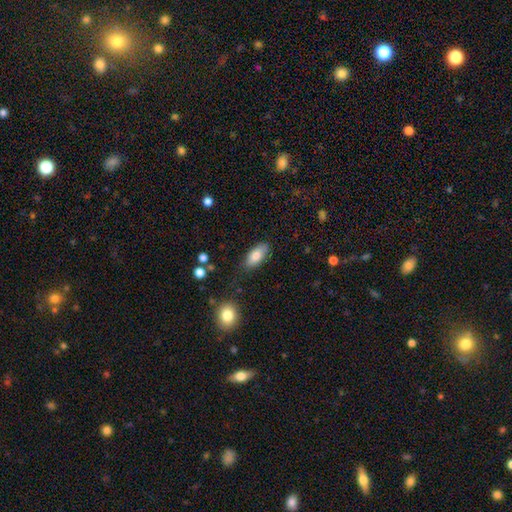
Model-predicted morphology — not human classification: Smooth or featured?
  - smooth: 83% *
  - featured or disk: 10%
  - star or artifact: 7%
How rounded?
  - in between: 87% *
  - cigar-shaped: 10%
  - round: 3%
Merging?
  - none: 79% *
  - minor disturbance: 15%
  - major disturbance: 3%
  - merger: 2%